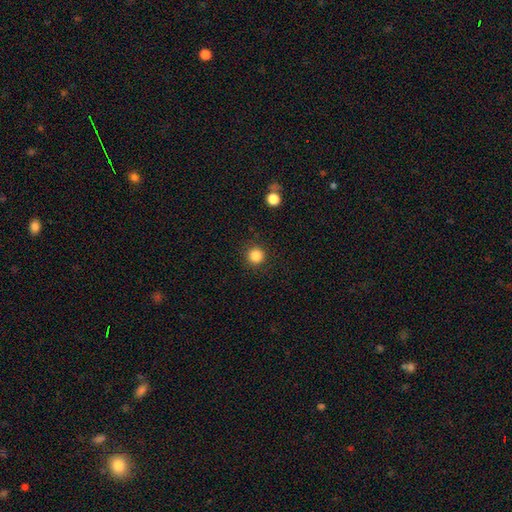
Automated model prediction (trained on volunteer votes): smooth-or-featured: smooth: 86% | star or artifact: 11% | featured or disk: 4%
  how-rounded: round: 95% | in between: 4% | cigar-shaped: 1%
  merging: none: 90% | minor disturbance: 6% | major disturbance: 2% | merger: 1%